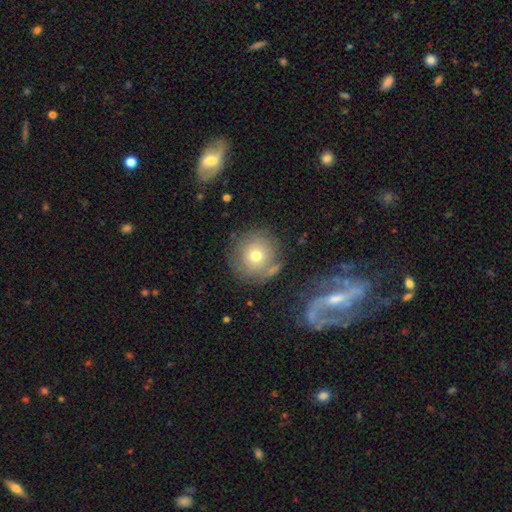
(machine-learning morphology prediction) smooth 65%, featured or disk 23%, star or artifact 11%. Down the decision tree: how rounded — round (93%); merging — none (74%).